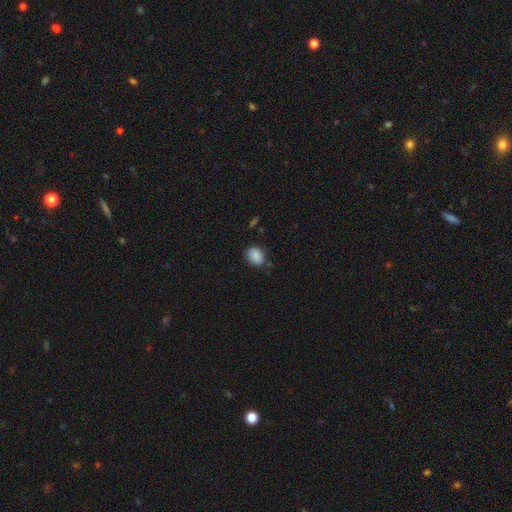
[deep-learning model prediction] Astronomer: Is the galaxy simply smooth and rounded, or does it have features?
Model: smooth — 87%.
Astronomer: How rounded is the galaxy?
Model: in between — 64%.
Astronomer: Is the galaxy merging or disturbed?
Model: none — 76%.